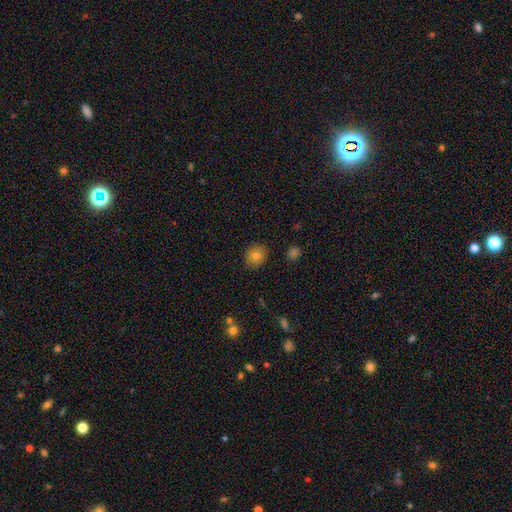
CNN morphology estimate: This appears to be a smooth galaxy with no disk features (80%) that is round (77%). Merging: none (89%).